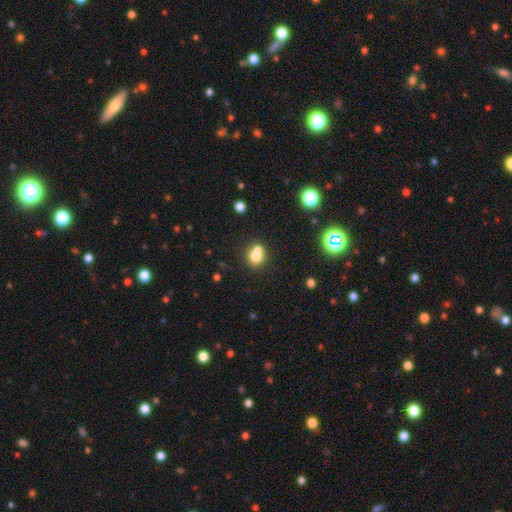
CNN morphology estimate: This is likely a smooth galaxy (70%). How rounded: likely round (73%). Merging: possibly merger (48%).